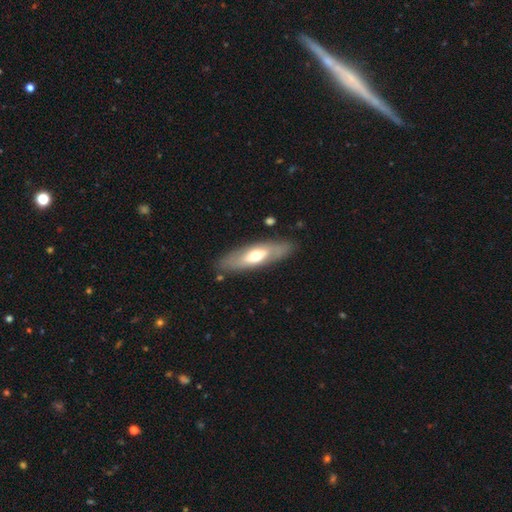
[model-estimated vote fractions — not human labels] A smooth galaxy with no disk features (48%).

Vote fractions:
- Smooth or featured? smooth: 48% / featured or disk: 47% / star or artifact: 5%
- Merging? none: 84% / minor disturbance: 11% / major disturbance: 3% / merger: 2%